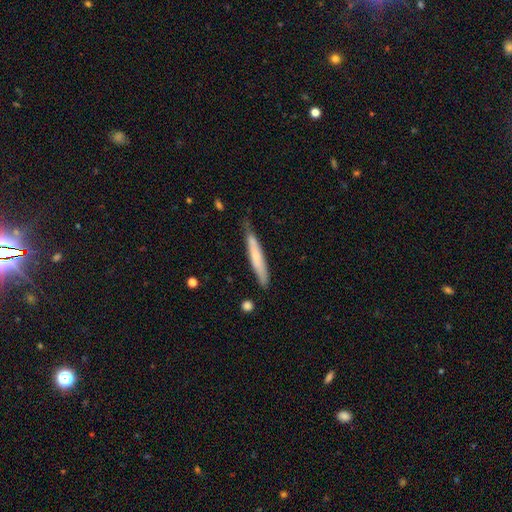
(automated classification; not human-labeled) smooth_or_featured: smooth (p=0.56) [alt: featured or disk p=0.38]
how_rounded: cigar-shaped (p=0.94) [alt: in between p=0.04]
merging: none (p=0.73) [alt: minor disturbance p=0.22]